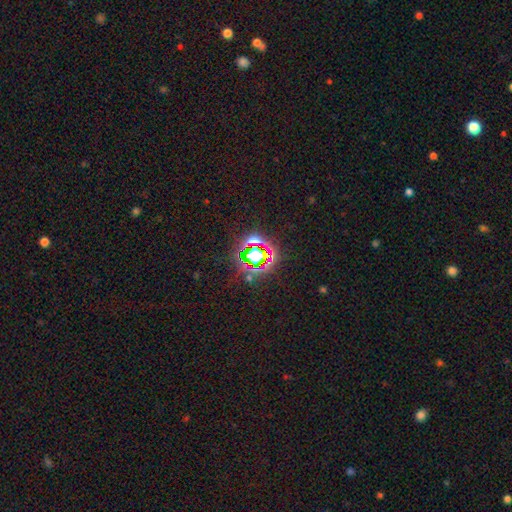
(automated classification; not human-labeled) This is likely a star or artifact rather than a galaxy (72%).